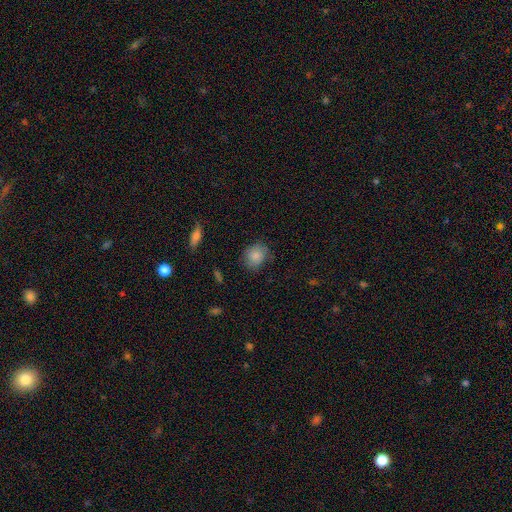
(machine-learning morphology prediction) This appears to be a smooth galaxy with no disk features (84%) that is round (62%). Merging: none (75%).